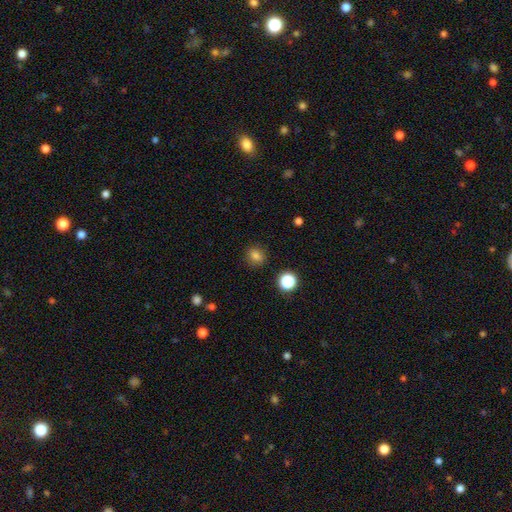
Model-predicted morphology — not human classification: Smooth or featured?
  - smooth: 81% *
  - star or artifact: 14%
  - featured or disk: 5%
How rounded?
  - round: 77% *
  - in between: 22%
  - cigar-shaped: 1%
Merging?
  - none: 88% *
  - minor disturbance: 8%
  - major disturbance: 3%
  - merger: 2%